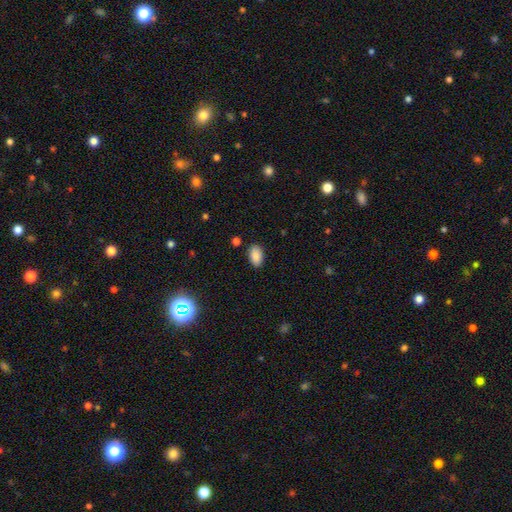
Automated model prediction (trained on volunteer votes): This is clearly a smooth galaxy (88%). How rounded: clearly in between (92%). Merging: clearly none (86%).